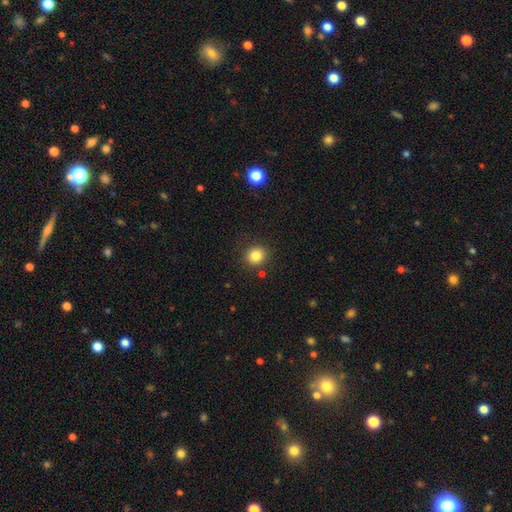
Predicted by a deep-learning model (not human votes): Overall: smooth (83%). How rounded: round (87%). Merging: none (87%).